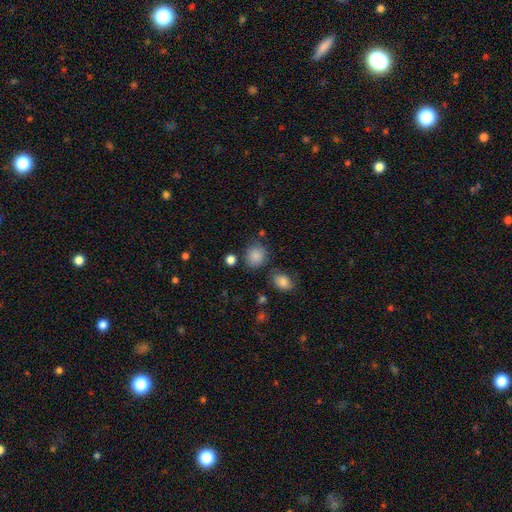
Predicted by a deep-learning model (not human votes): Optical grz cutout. It shows a smooth galaxy with no disk features (85%) that is round (76%). Merging: none (75%).